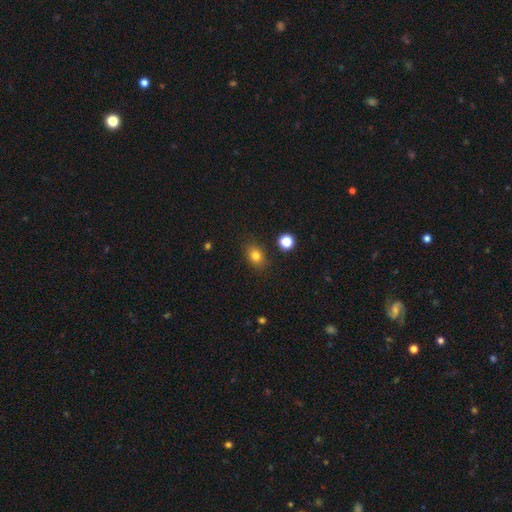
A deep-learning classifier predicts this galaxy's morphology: smooth 81%, star or artifact 12%, featured or disk 7%. Down the decision tree: how rounded — in between (58%); merging — none (83%).